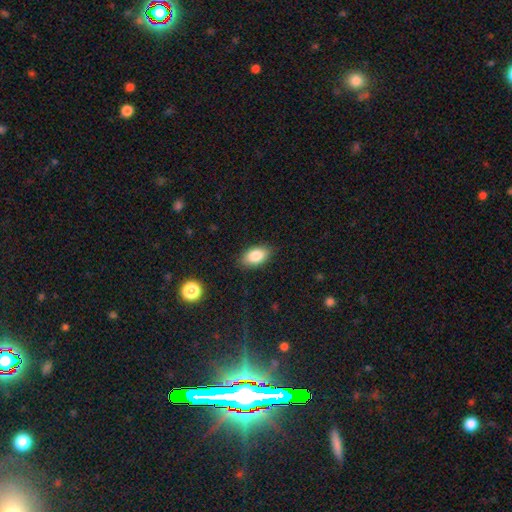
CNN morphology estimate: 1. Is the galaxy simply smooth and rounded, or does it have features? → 85% smooth, 8% star or artifact, 7% featured or disk.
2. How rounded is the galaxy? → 92% in between, 5% round, 2% cigar-shaped.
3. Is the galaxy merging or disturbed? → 85% none, 11% minor disturbance, 3% major disturbance, 1% merger.